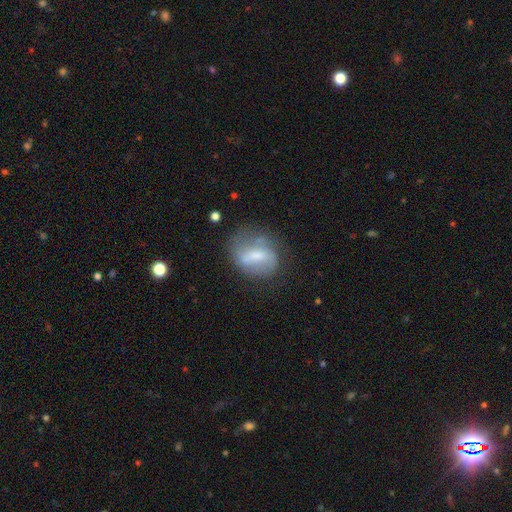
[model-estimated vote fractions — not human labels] The model was most divided on "smooth or featured": featured or disk: 49%, smooth: 43%, star or artifact: 9%. More confident: merging — none (51%).